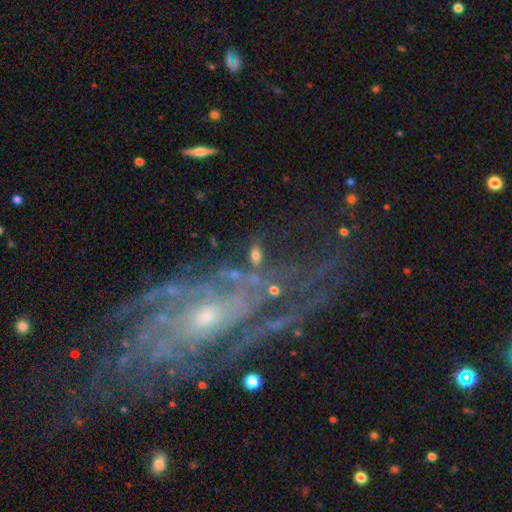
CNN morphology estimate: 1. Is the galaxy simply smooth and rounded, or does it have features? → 48% smooth, 36% featured or disk, 16% star or artifact.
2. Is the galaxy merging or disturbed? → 65% none, 17% minor disturbance, 10% major disturbance, 8% merger.